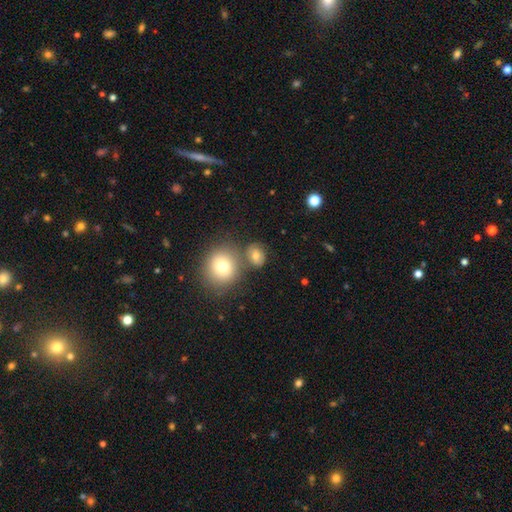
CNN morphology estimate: Smooth or featured? Predicted: smooth (p=0.70). How rounded? Predicted: round (p=0.59). Merging? Predicted: none (p=0.66).